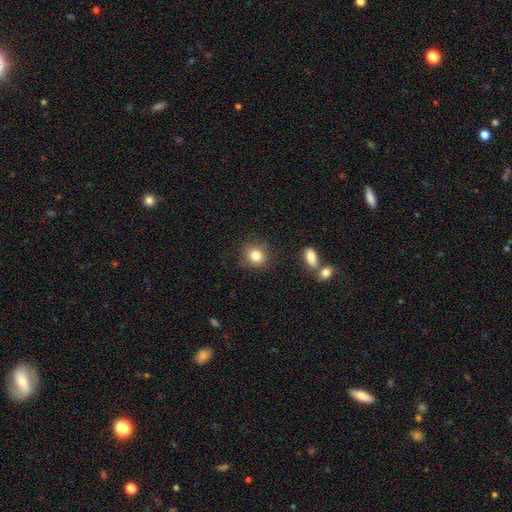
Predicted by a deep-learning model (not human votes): The model was most divided on "how rounded": round: 82%, in between: 17%, cigar-shaped: 1%. More confident: merging — none (84%); smooth or featured — smooth (84%).